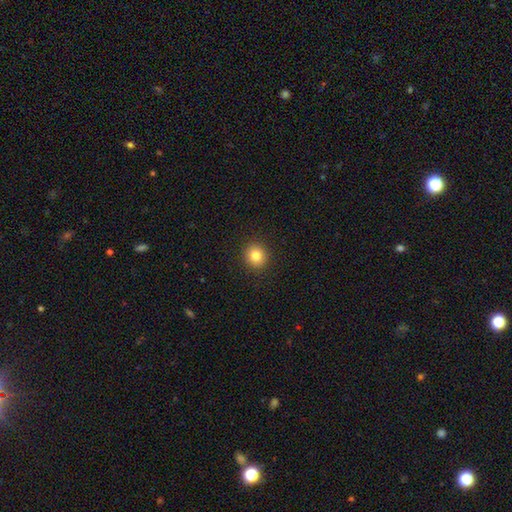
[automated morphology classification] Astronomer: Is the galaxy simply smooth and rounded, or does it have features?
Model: smooth — 83%.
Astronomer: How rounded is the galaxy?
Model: round — 87%.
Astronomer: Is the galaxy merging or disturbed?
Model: none — 92%.